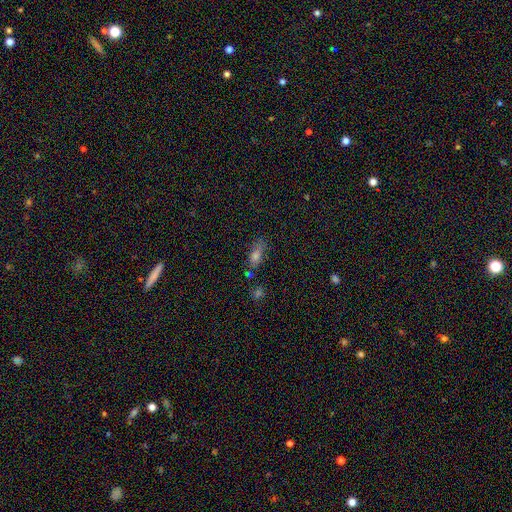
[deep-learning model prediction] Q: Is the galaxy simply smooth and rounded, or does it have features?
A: smooth — 68%.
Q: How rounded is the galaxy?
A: in between — 72%.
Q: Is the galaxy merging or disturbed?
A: none — 58%.